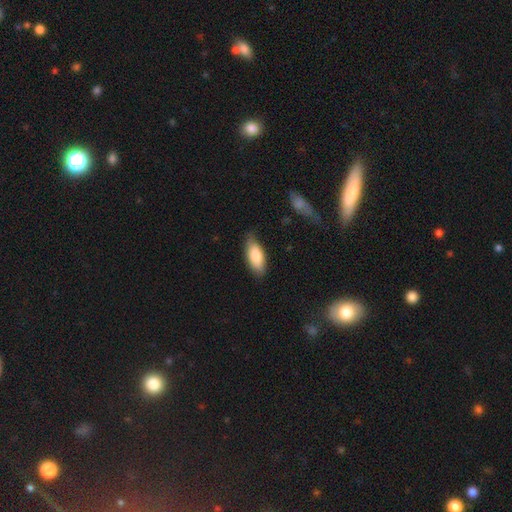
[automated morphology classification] smooth_or_featured: smooth (p=0.80) [alt: featured or disk p=0.14]
how_rounded: in between (p=0.84) [alt: cigar-shaped p=0.14]
merging: none (p=0.74) [alt: minor disturbance p=0.21]